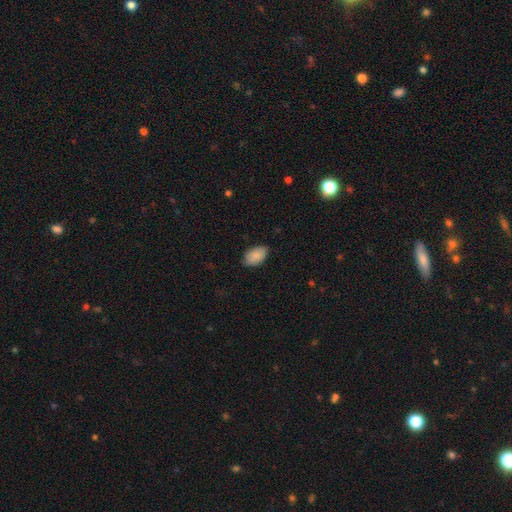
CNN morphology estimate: A smooth galaxy with no disk features (86%) that is in between round and cigar-shaped (92%).

Vote fractions:
- Smooth or featured? smooth: 86% / featured or disk: 8% / star or artifact: 6%
- How rounded? in between: 92% / round: 7% / cigar-shaped: 1%
- Merging? none: 77% / minor disturbance: 19% / major disturbance: 3% / merger: 1%